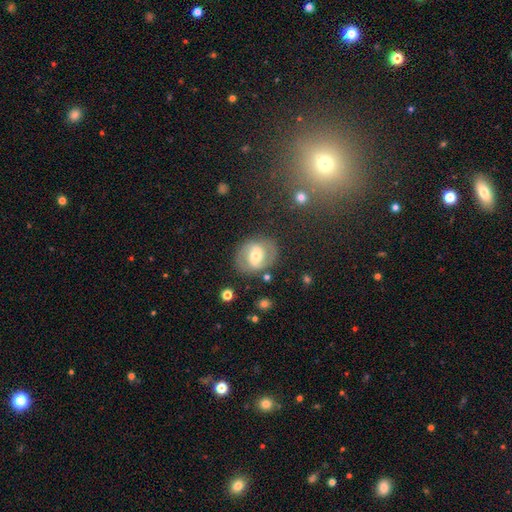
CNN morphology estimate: A featured or disk galaxy (67%) with a weak bar (43%), spiral arms (76%) and a moderate central bulge (66%).

Vote fractions:
- Smooth or featured? featured or disk: 67% / smooth: 26% / star or artifact: 7%
- Edge-on disk? no: 96% / yes: 4%
- Bar? weak: 43% / strong: 36% / no: 22%
- Spiral arms? yes: 76% / no: 24%
- Bulge size? moderate: 66% / small: 20% / large: 11% / none: 1% / dominant: 1%
- Merging? none: 80% / minor disturbance: 12% / major disturbance: 6% / merger: 2%